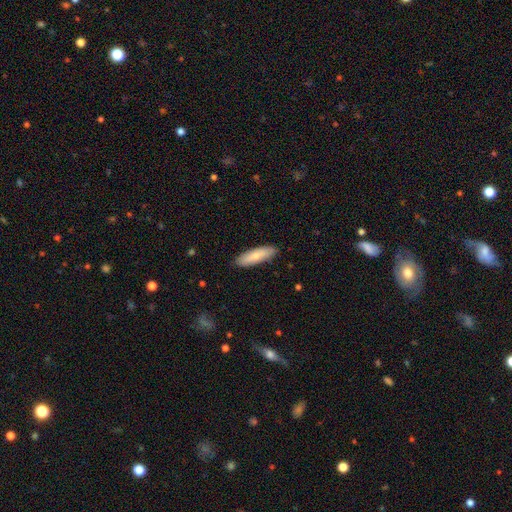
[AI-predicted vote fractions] Smooth or featured?
  - smooth: 76% *
  - featured or disk: 18%
  - star or artifact: 6%
How rounded?
  - cigar-shaped: 56% *
  - in between: 42%
  - round: 2%
Merging?
  - none: 88% *
  - minor disturbance: 10%
  - major disturbance: 2%
  - merger: 1%